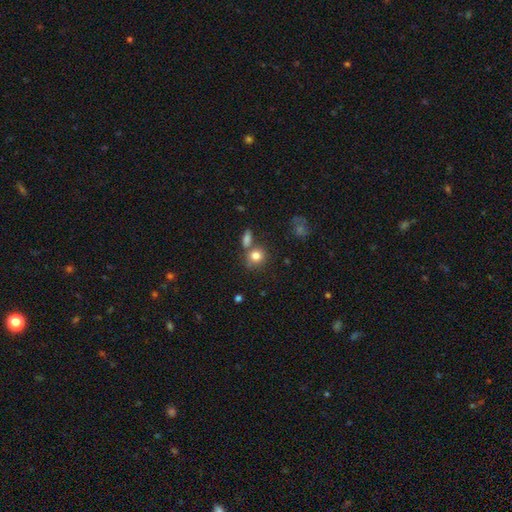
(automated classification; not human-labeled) Q: Smooth or featured?
A: smooth (81%); runner-up: star or artifact (11%)
Q: How rounded?
A: round (73%); runner-up: in between (26%)
Q: Merging?
A: none (59%); runner-up: merger (24%)